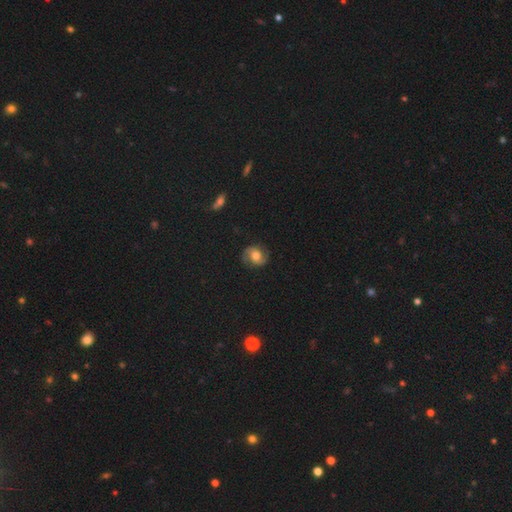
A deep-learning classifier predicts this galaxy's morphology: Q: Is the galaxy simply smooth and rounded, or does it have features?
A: featured or disk — 66%.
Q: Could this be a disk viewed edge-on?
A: no — 97%.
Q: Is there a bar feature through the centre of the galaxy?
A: no — 54%.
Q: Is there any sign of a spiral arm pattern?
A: yes — 91%.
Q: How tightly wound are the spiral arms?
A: medium — 49%.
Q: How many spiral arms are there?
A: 2 — 91%.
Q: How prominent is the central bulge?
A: moderate — 68%.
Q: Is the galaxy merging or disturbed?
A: none — 82%.